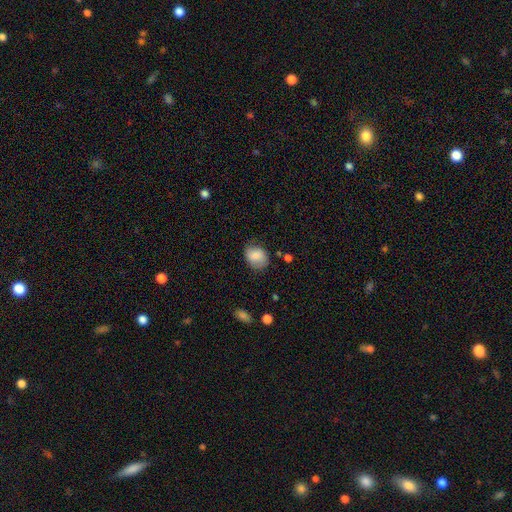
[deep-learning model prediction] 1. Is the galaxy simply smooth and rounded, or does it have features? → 77% smooth, 15% featured or disk, 8% star or artifact.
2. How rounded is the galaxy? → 52% in between, 47% round, 1% cigar-shaped.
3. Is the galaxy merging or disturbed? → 65% none, 26% minor disturbance, 7% major disturbance, 2% merger.